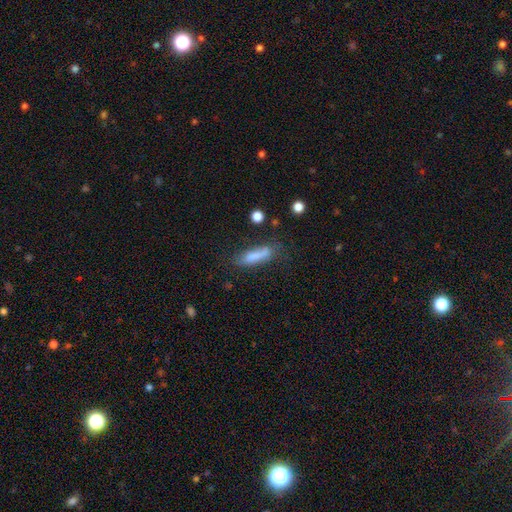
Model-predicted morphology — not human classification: smooth 74%, featured or disk 17%, star or artifact 9%. Down the decision tree: how rounded — cigar-shaped (65%); merging — none (58%).